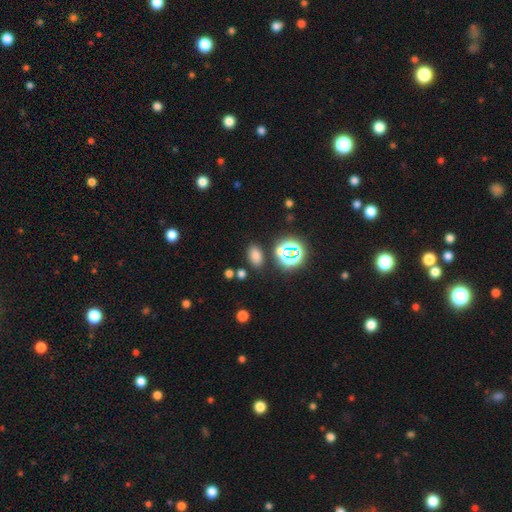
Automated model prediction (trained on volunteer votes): Q: Smooth or featured?
A: smooth (69%); runner-up: star or artifact (24%)
Q: How rounded?
A: in between (85%); runner-up: round (13%)
Q: Merging?
A: none (82%); runner-up: minor disturbance (10%)